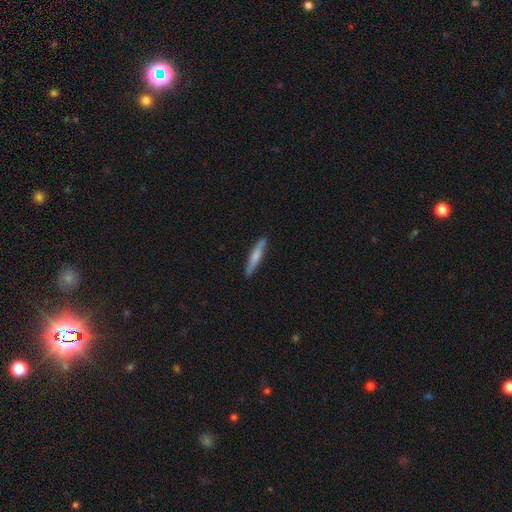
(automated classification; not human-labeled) Smooth or featured? smooth (60%)
How rounded? cigar-shaped (92%)
Merging? none (87%)